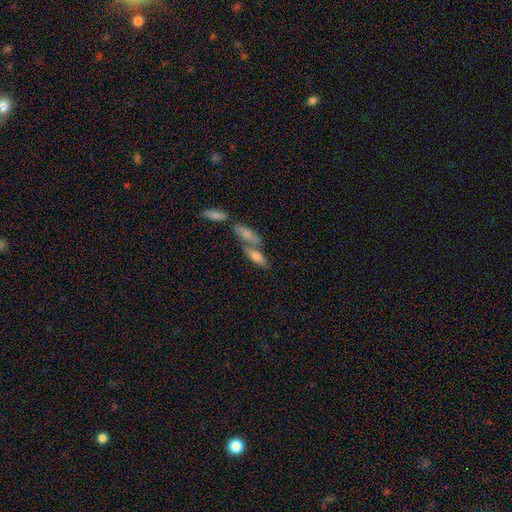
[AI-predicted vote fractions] Smooth or featured: smooth — 61% (featured or disk — 29%)
How rounded: in between — 61% (cigar-shaped — 36%)
Merging: merger — 52% (none — 34%)